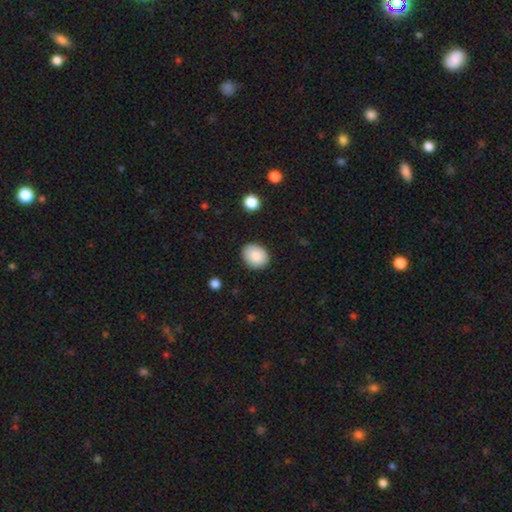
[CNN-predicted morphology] Smooth or featured?
  - smooth: 89% *
  - star or artifact: 7%
  - featured or disk: 4%
How rounded?
  - in between: 53% *
  - round: 46%
  - cigar-shaped: 1%
Merging?
  - none: 88% *
  - minor disturbance: 9%
  - major disturbance: 2%
  - merger: 1%